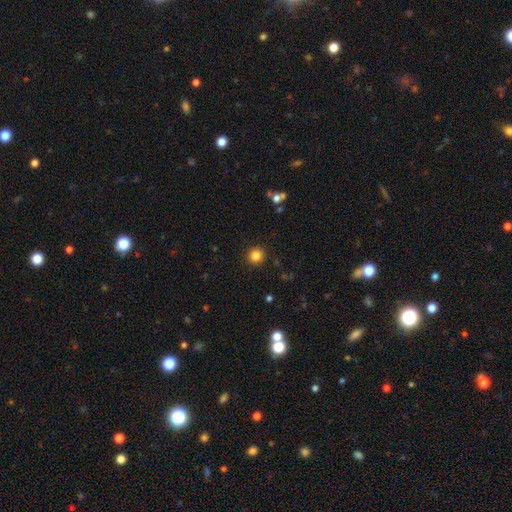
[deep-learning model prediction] Smooth or featured: smooth — 83% (star or artifact — 12%)
How rounded: round — 93% (in between — 6%)
Merging: none — 91% (minor disturbance — 5%)